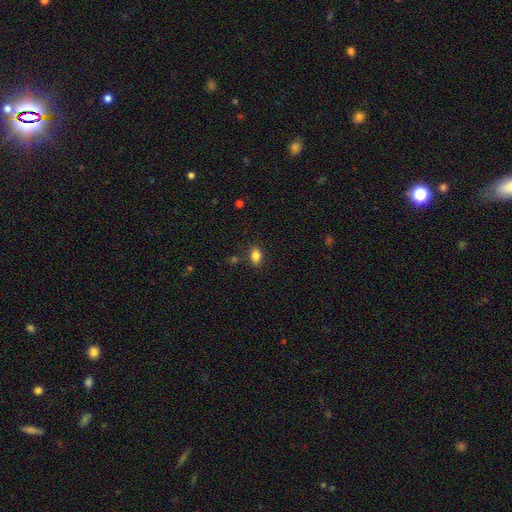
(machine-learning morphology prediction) Smooth or featured? smooth (85%)
How rounded? in between (81%)
Merging? none (84%)